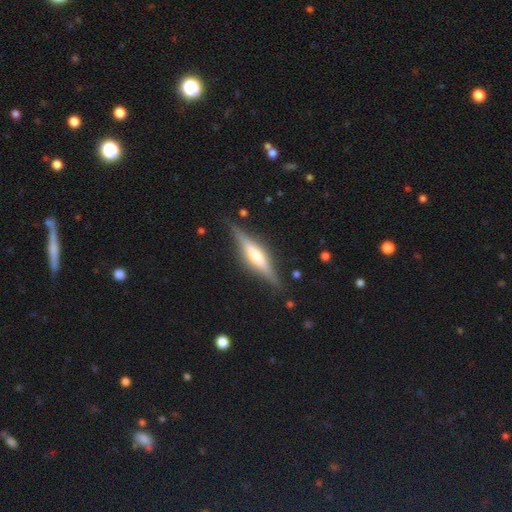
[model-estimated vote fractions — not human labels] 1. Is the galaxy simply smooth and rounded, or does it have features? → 73% featured or disk, 20% smooth, 6% star or artifact.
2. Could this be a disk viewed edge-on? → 97% yes, 3% no.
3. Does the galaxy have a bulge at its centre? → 65% rounded, 25% boxy, 9% none.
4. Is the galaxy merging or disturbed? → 87% none, 9% minor disturbance, 2% major disturbance, 1% merger.